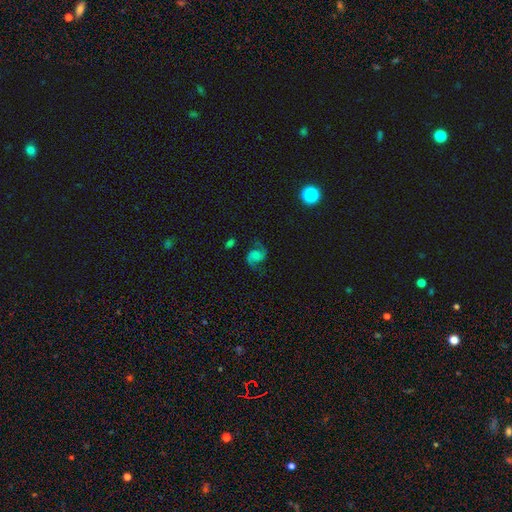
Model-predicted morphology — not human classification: Q: Smooth or featured?
A: featured or disk (80%); runner-up: smooth (11%)
Q: Edge-on disk?
A: no (98%); runner-up: yes (2%)
Q: Bar?
A: no (64%); runner-up: weak (30%)
Q: Spiral arms?
A: yes (97%); runner-up: no (3%)
Q: Spiral winding?
A: medium (48%); runner-up: loose (41%)
Q: Spiral arm count?
A: 2 (93%); runner-up: can't tell (2%)
Q: Bulge size?
A: none (36%); runner-up: small (27%)
Q: Merging?
A: none (75%); runner-up: minor disturbance (15%)